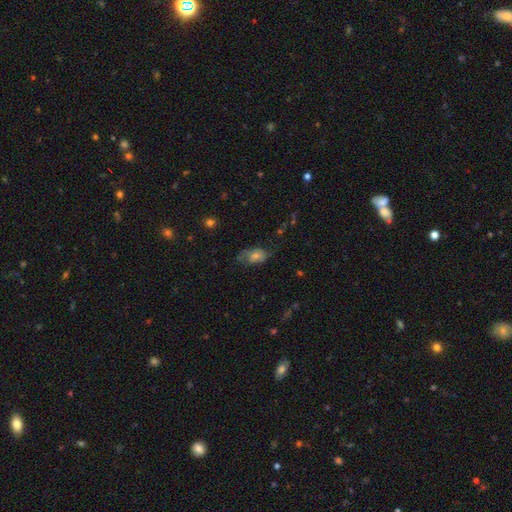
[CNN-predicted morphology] This appears to be a featured or disk galaxy (42%, tied with smooth). Merging: none (53%).